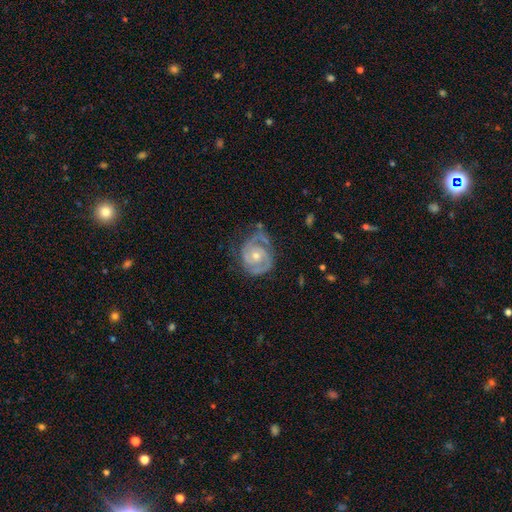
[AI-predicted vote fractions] smooth-or-featured: featured or disk: 87% | smooth: 8% | star or artifact: 5%
  disk-edge-on: no: 98% | yes: 2%
    bar: no: 69% | weak: 24% | strong: 6%
    has-spiral-arms: yes: 96% | no: 4%
      spiral-winding: tight: 61% | medium: 32% | loose: 7%
      spiral-arm-count: 2: 75% | can't tell: 9% | 1: 6% | 3: 6% | 4: 2% | more than 4: 2%
    bulge-size: moderate: 51% | small: 46% | large: 1% | none: 1% | dominant: 1%
  merging: none: 63% | minor disturbance: 23% | major disturbance: 11% | merger: 2%